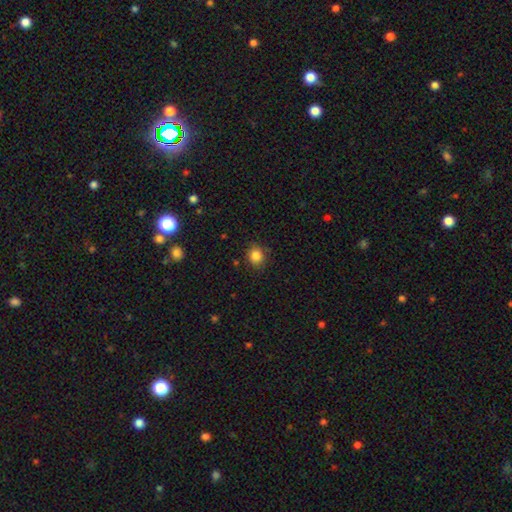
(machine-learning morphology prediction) smooth 84%, star or artifact 11%, featured or disk 5%. Down the decision tree: how rounded — round (77%); merging — none (85%).